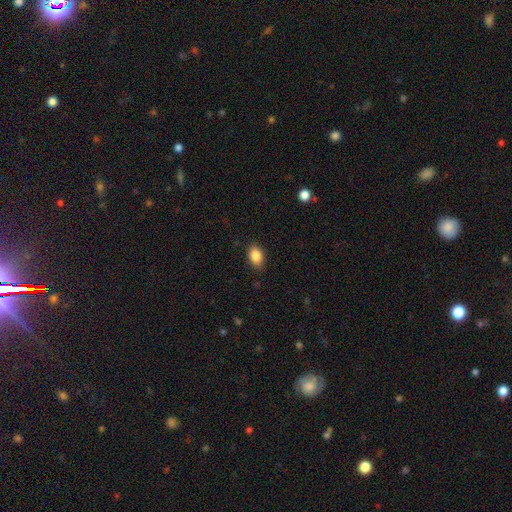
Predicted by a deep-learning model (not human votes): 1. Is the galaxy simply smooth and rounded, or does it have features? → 87% smooth, 8% star or artifact, 5% featured or disk.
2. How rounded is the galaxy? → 87% in between, 12% round, 1% cigar-shaped.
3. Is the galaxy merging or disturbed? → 86% none, 11% minor disturbance, 2% major disturbance, 1% merger.